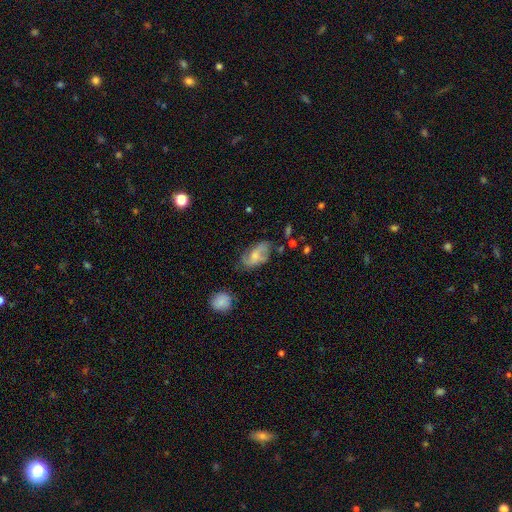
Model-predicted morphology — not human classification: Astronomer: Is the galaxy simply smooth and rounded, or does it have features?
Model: featured or disk — 53% (runner-up: smooth, 39%).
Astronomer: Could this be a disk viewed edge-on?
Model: no — 95%.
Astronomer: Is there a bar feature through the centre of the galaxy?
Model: no — 61%.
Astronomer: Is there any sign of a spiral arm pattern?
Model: yes — 80%.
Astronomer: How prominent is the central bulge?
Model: small — 47% (runner-up: moderate, 42%).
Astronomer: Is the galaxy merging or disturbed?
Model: none — 56%.